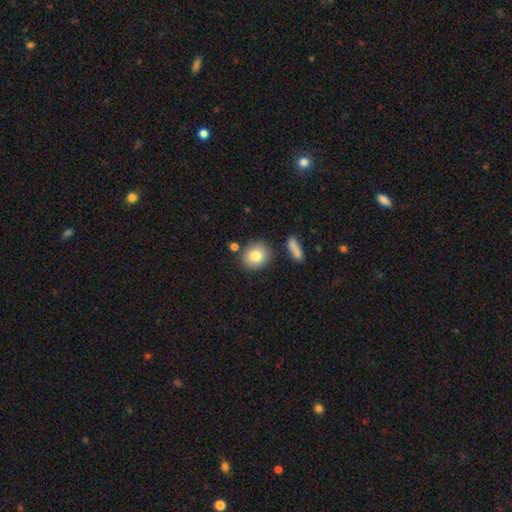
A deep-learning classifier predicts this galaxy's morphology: smooth_or_featured: smooth (p=0.80) [alt: featured or disk p=0.11]
how_rounded: round (p=0.76) [alt: in between p=0.22]
merging: none (p=0.81) [alt: minor disturbance p=0.10]